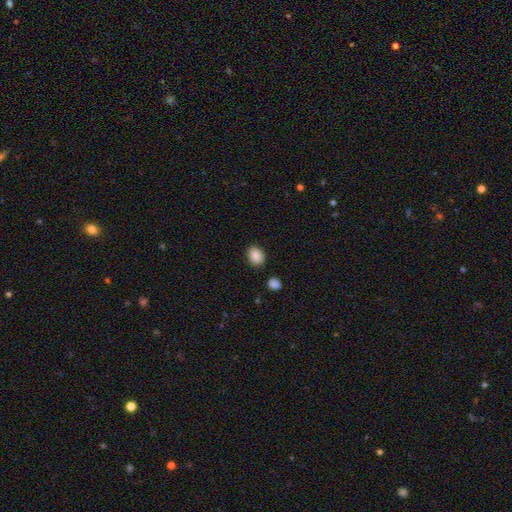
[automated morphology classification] smooth-or-featured: smooth: 88% | star or artifact: 8% | featured or disk: 4%
  how-rounded: in between: 64% | round: 36% | cigar-shaped: 1%
  merging: none: 86% | minor disturbance: 9% | merger: 3% | major disturbance: 2%